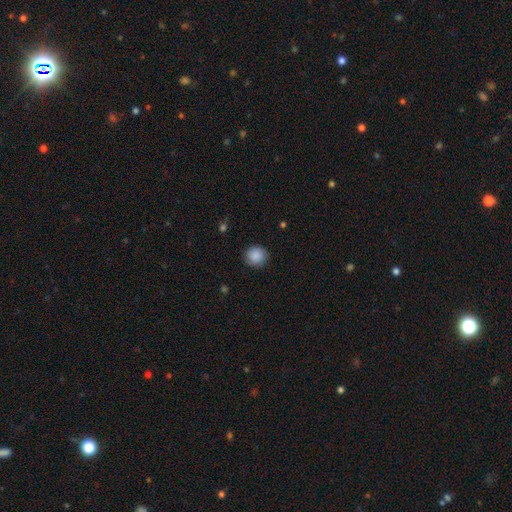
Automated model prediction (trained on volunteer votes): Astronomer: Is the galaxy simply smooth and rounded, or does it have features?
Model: smooth — 88%.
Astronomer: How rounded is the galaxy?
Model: round — 92%.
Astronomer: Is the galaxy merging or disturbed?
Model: none — 88%.